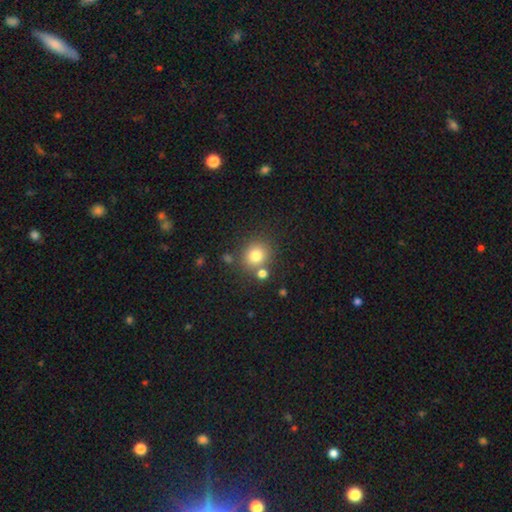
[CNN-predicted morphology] A smooth galaxy with no disk features (78%) that is round (86%). Merging: none (73%).